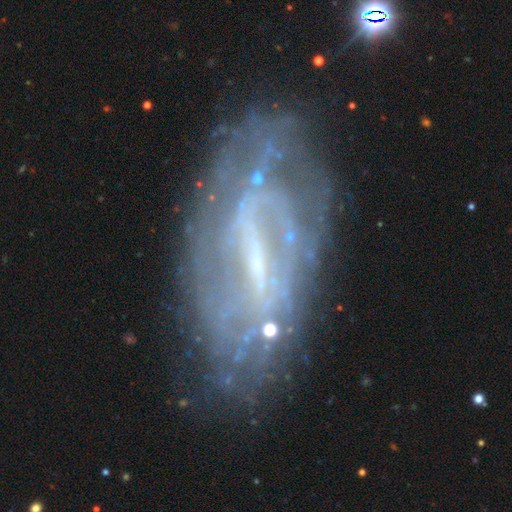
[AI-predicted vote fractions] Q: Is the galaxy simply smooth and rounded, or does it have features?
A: featured or disk — 80%.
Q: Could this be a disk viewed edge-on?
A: no — 92%.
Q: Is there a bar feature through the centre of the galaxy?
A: strong — 51%.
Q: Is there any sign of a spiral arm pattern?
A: yes — 69%.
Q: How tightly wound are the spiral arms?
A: tight — 48%.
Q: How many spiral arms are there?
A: can't tell — 54%.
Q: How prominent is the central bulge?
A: small — 47%.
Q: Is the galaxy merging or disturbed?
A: none — 64%.